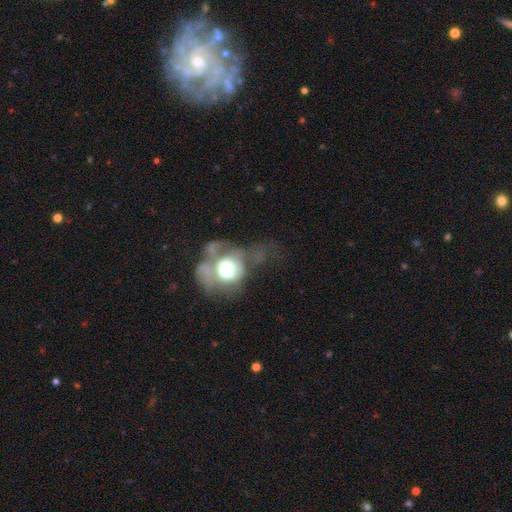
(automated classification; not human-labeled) Smooth or featured: featured or disk — 47% (smooth — 36%)
Merging: major disturbance — 49% (none — 19%)